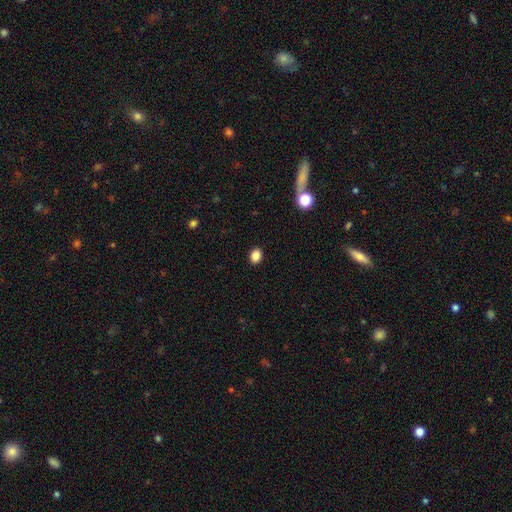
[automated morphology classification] This appears to be a smooth galaxy with no disk features (86%) that is in between round and cigar-shaped (53%). Merging: none (91%).